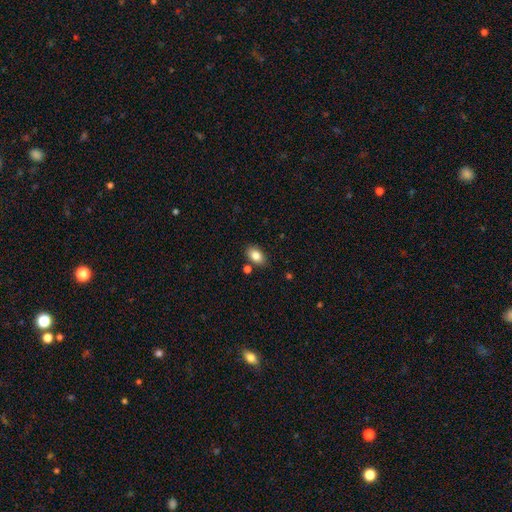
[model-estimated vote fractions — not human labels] This appears to be a smooth galaxy with no disk features (84%) that is in between round and cigar-shaped (88%). Merging: none (80%).